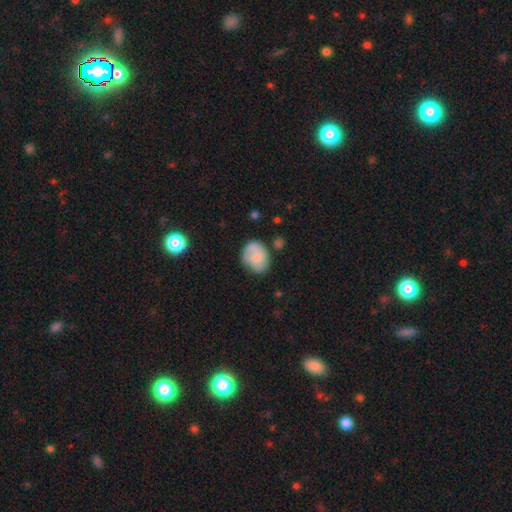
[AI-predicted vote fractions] Overall: smooth (70%). How rounded: in between (53%; round 46%). Merging: none (57%; minor disturbance 27%).